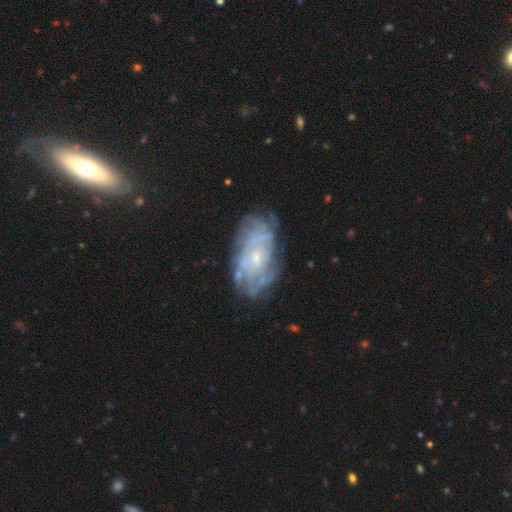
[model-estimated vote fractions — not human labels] Smooth or featured? Predicted: featured or disk (p=0.75). Edge-on disk? Predicted: no (p=0.94). Bar? Predicted: no (p=0.73). Spiral arms? Predicted: yes (p=0.86). Spiral winding? Predicted: tight (p=0.70). Spiral arm count? Predicted: can't tell (p=0.54). Bulge size? Predicted: small (p=0.71). Merging? Predicted: none (p=0.76).